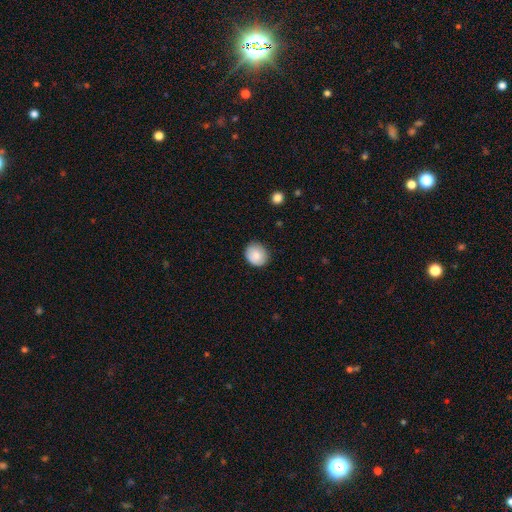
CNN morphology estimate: smooth 81%, featured or disk 12%, star or artifact 7%. Down the decision tree: how rounded — round (68%); merging — none (80%).